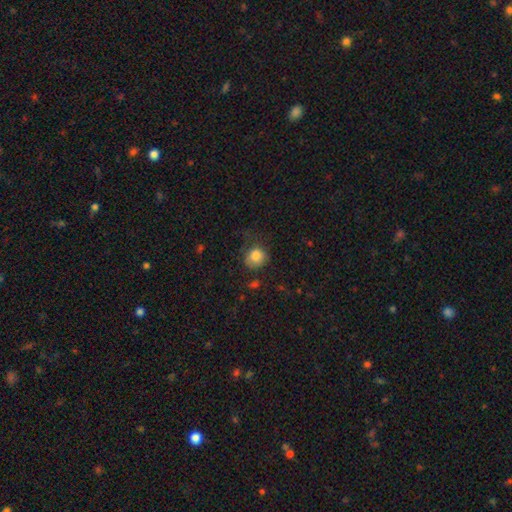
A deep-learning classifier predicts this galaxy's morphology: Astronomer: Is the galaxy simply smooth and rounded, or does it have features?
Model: smooth — 82%.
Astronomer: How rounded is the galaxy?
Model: round — 73%.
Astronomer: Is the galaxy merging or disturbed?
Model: none — 55%.